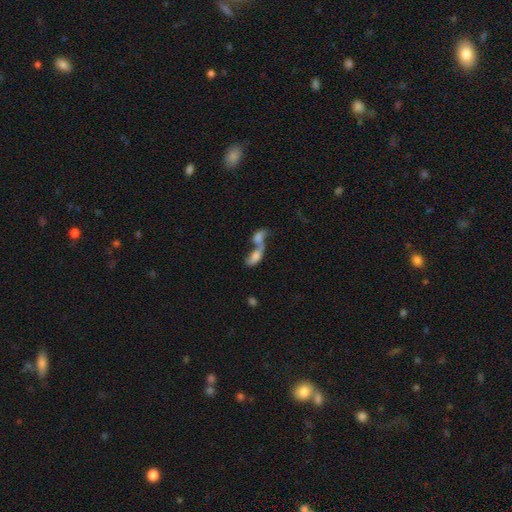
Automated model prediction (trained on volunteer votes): The model was most divided on "smooth or featured": smooth: 61%, featured or disk: 29%, star or artifact: 10%. More confident: merging — merger (80%); how rounded — in between (78%).